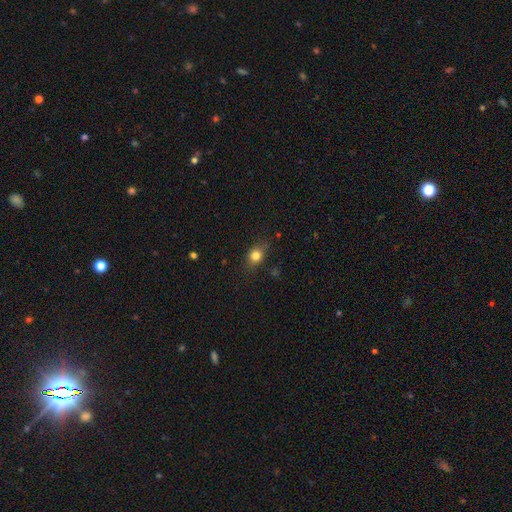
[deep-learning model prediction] Smooth or featured?
  - smooth: 79% *
  - star or artifact: 12%
  - featured or disk: 9%
How rounded?
  - round: 60% *
  - in between: 37%
  - cigar-shaped: 2%
Merging?
  - none: 75% *
  - minor disturbance: 19%
  - major disturbance: 5%
  - merger: 2%